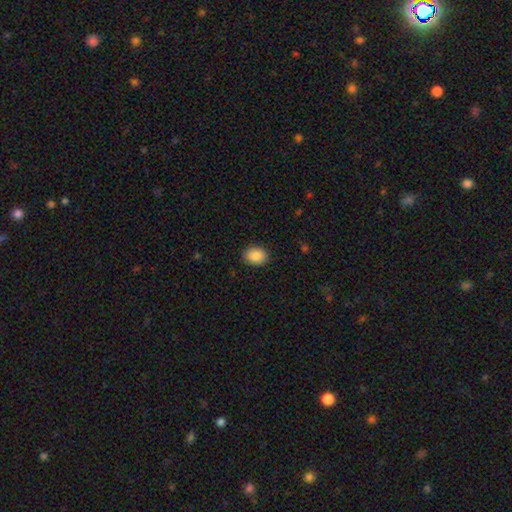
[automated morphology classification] Smooth or featured?
  - smooth: 88% *
  - star or artifact: 8%
  - featured or disk: 5%
How rounded?
  - in between: 65% *
  - round: 34%
  - cigar-shaped: 1%
Merging?
  - none: 89% *
  - minor disturbance: 8%
  - major disturbance: 2%
  - merger: 1%